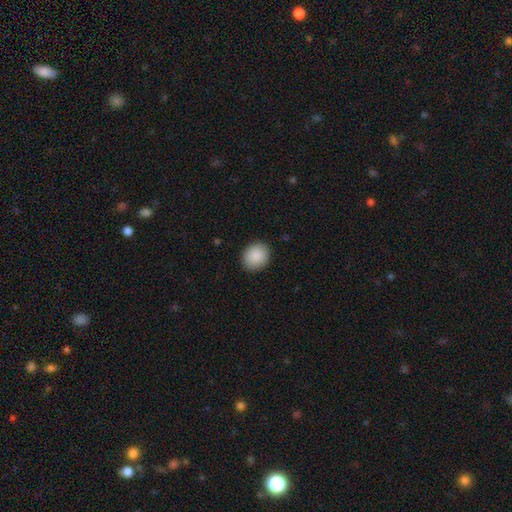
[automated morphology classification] This is clearly a smooth galaxy (89%). How rounded: likely round (68%). Merging: clearly none (89%).